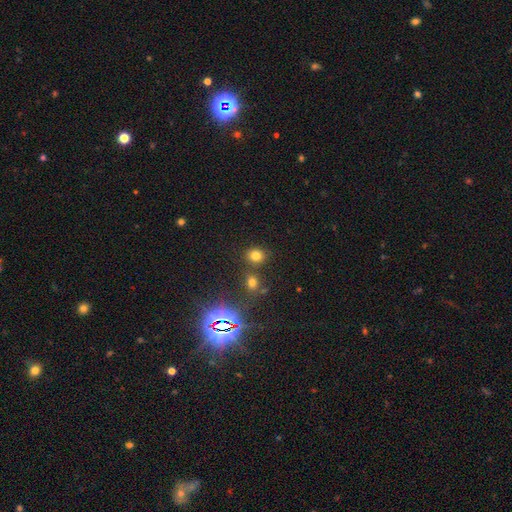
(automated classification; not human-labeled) This appears to be a smooth galaxy with no disk features (73%) that is round (73%). Merging: none (77%).